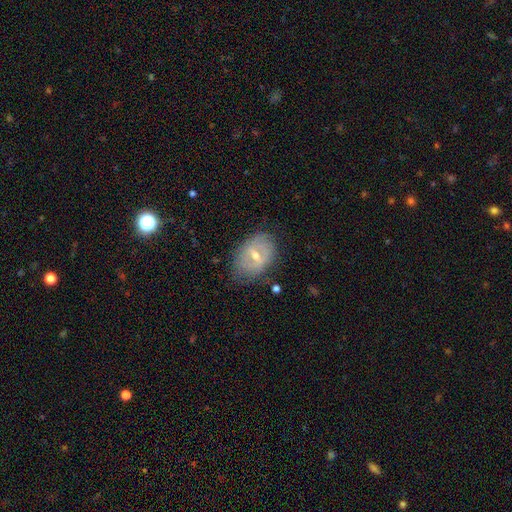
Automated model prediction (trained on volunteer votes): Smooth or featured: featured or disk — 60% (smooth — 29%)
Edge-on disk: no — 92% (yes — 8%)
Bar: weak — 50% (strong — 26%)
Spiral arms: yes — 56% (no — 44%)
Bulge size: moderate — 54% (small — 43%)
Merging: none — 71% (minor disturbance — 21%)